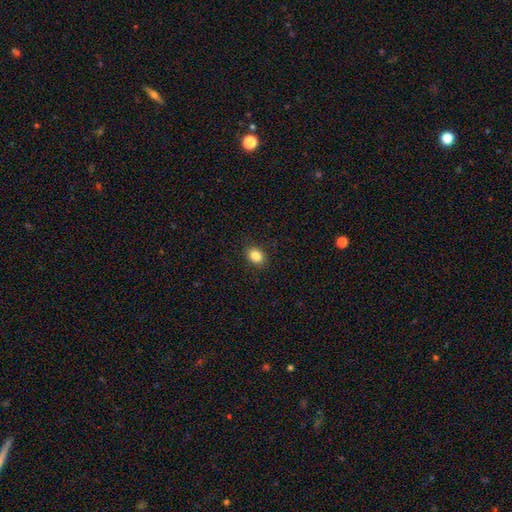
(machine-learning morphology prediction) Smooth or featured?
  - smooth: 85% *
  - star or artifact: 10%
  - featured or disk: 5%
How rounded?
  - in between: 59% *
  - round: 40%
  - cigar-shaped: 1%
Merging?
  - none: 89% *
  - minor disturbance: 8%
  - major disturbance: 2%
  - merger: 1%